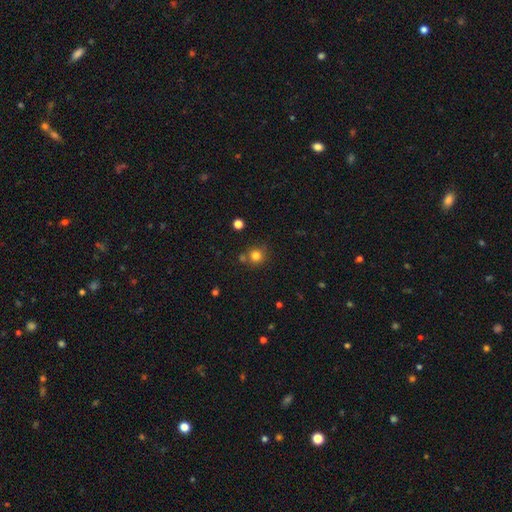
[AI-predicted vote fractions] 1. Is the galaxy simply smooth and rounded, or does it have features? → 80% smooth, 14% star or artifact, 6% featured or disk.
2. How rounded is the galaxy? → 91% round, 8% in between, 1% cigar-shaped.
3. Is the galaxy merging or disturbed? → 72% none, 14% merger, 10% minor disturbance, 4% major disturbance.